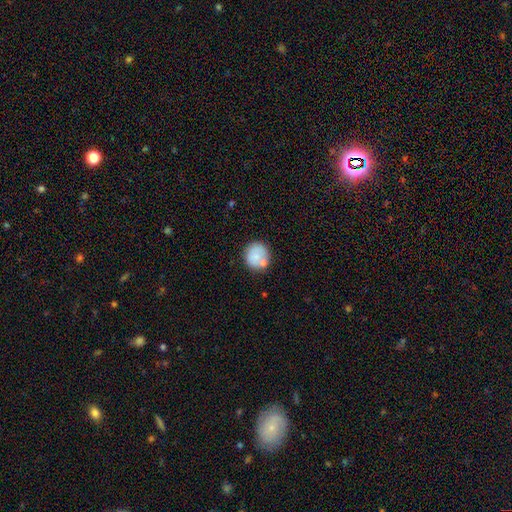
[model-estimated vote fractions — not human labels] A smooth galaxy with no disk features (78%) that is round (86%).

Vote fractions:
- Smooth or featured? smooth: 78% / featured or disk: 14% / star or artifact: 8%
- How rounded? round: 86% / in between: 13% / cigar-shaped: 1%
- Merging? none: 68% / minor disturbance: 15% / merger: 13% / major disturbance: 5%